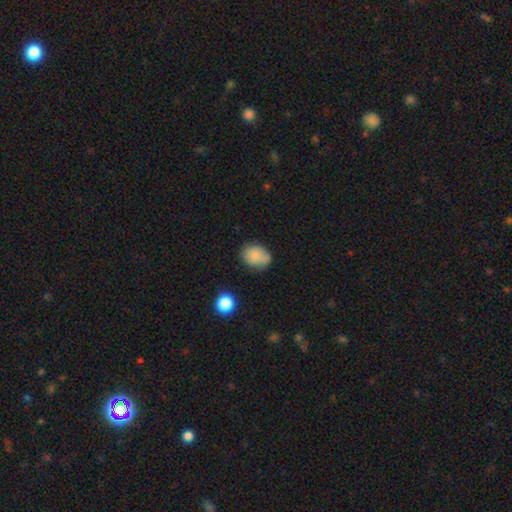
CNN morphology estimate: This is clearly a smooth galaxy (80%). How rounded: possibly in between (57%). Merging: likely none (65%).